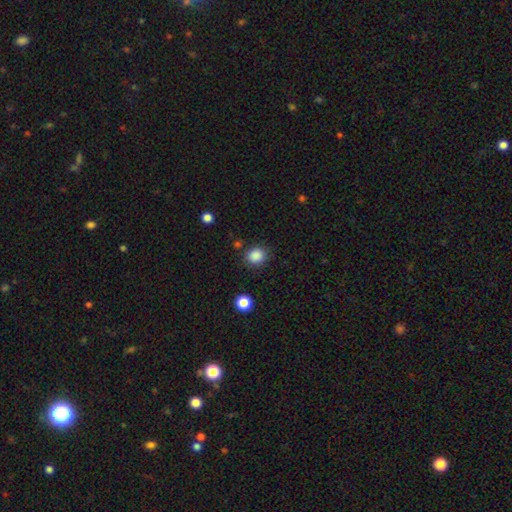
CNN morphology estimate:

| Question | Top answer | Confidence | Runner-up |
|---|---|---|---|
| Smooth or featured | smooth | 86% | star or artifact (11%) |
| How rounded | round | 75% | in between (24%) |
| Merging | none | 83% | minor disturbance (11%) |